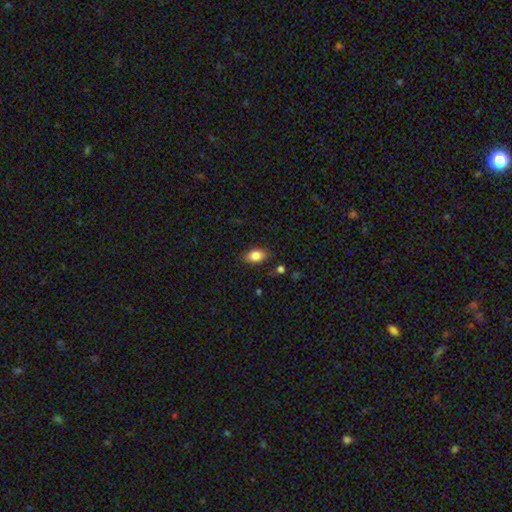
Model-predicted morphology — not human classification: This is clearly a smooth galaxy (86%). How rounded: clearly in between (86%). Merging: clearly none (85%).